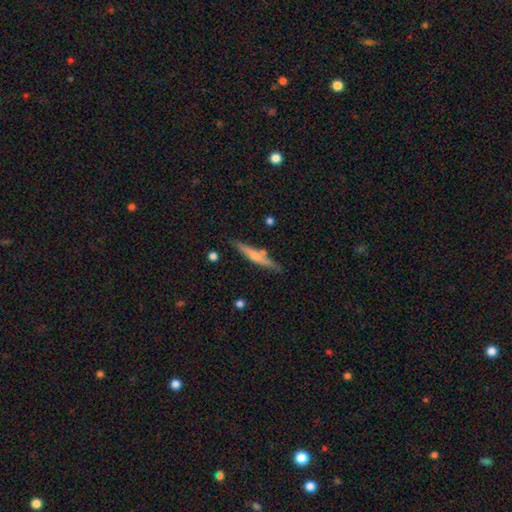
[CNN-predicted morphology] smooth-or-featured: smooth: 48% | featured or disk: 46% | star or artifact: 6%
  merging: none: 79% | minor disturbance: 13% | merger: 6% | major disturbance: 3%